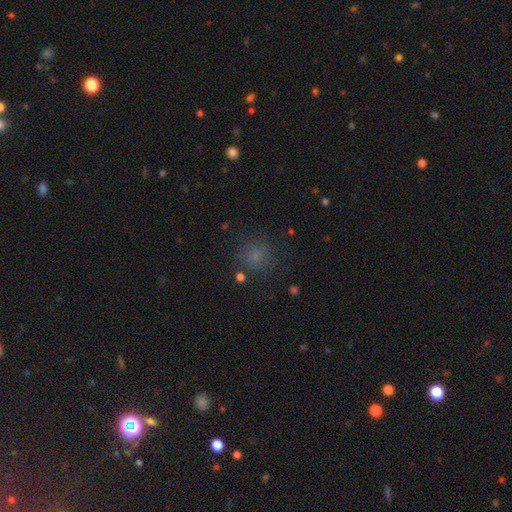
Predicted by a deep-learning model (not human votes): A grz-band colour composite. It shows a smooth galaxy with no disk features (70%) that is round (84%). Merging: none (79%).